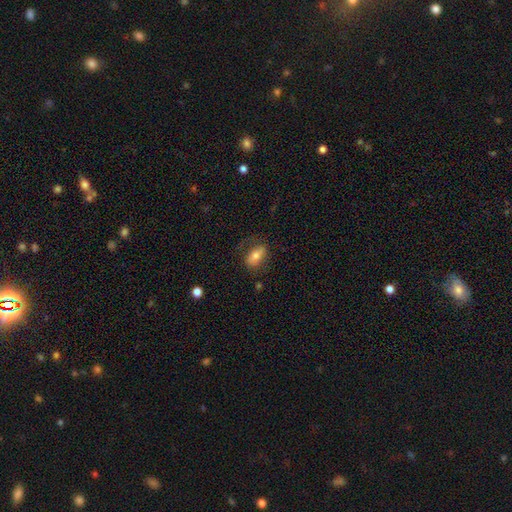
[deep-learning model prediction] Morphology: type=smooth (66%); roundness=in between (87%); merging=none (70%).